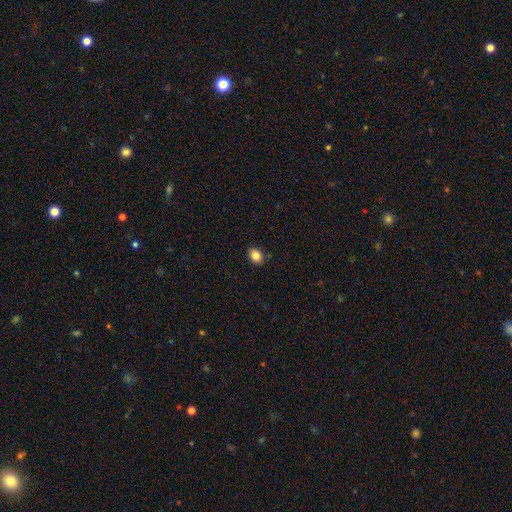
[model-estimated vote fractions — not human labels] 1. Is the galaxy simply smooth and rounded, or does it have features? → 84% smooth, 10% star or artifact, 6% featured or disk.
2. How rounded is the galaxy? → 59% in between, 40% round, 1% cigar-shaped.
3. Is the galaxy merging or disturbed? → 88% none, 9% minor disturbance, 2% major disturbance, 1% merger.